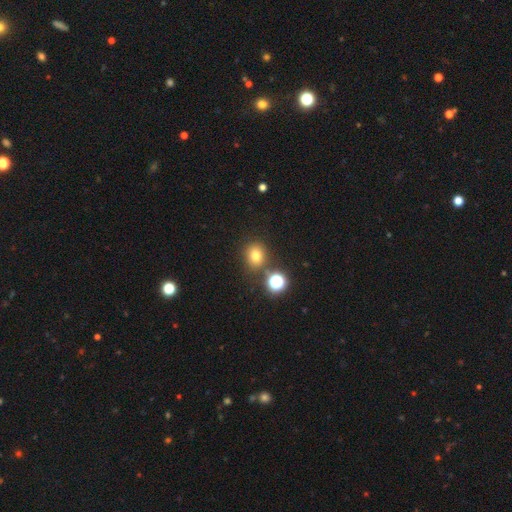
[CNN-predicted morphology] smooth 74%, star or artifact 19%, featured or disk 7%. Down the decision tree: how rounded — round (78%); merging — none (77%).